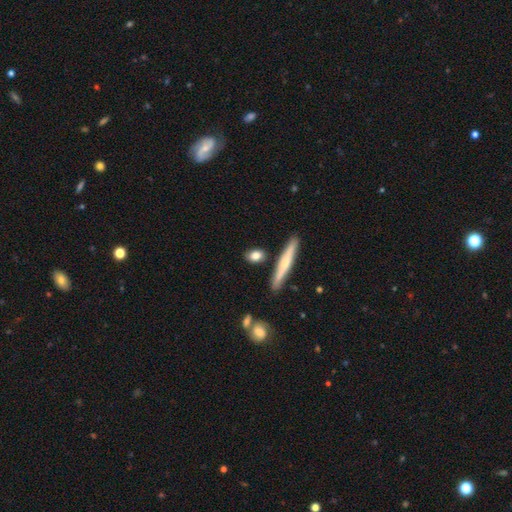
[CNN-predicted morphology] Overall: smooth (77%). How rounded: in between (54%; cigar-shaped 23%). Merging: none (79%).